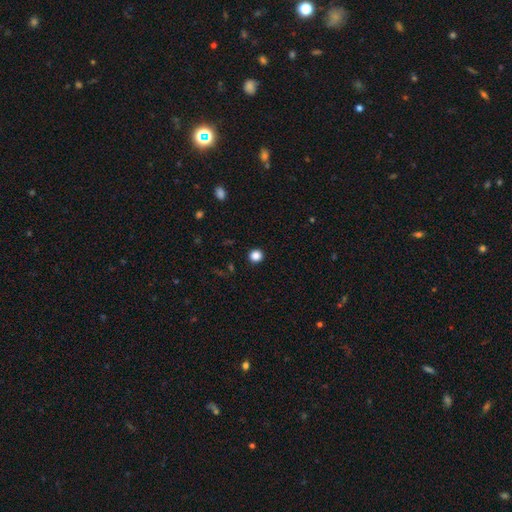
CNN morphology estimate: type=smooth (85%); roundness=round (92%); merging=none (93%).